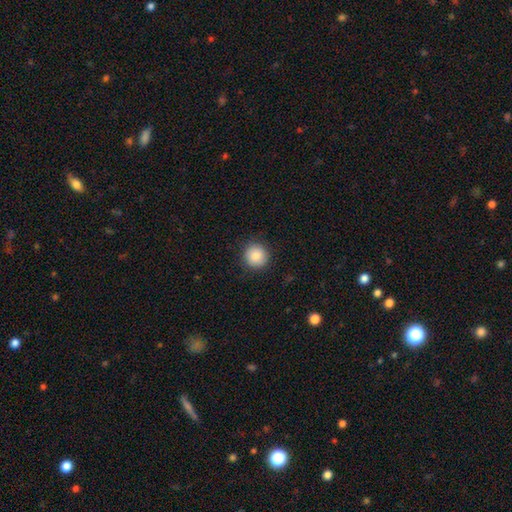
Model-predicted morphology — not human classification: Smooth or featured? Predicted: smooth (p=0.86). How rounded? Predicted: round (p=0.94). Merging? Predicted: none (p=0.89).